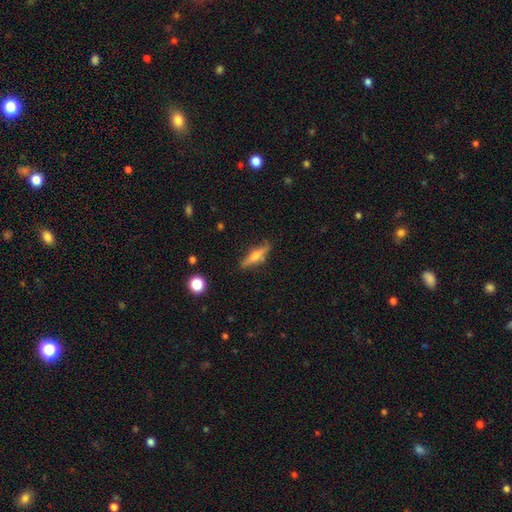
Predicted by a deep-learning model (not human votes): This appears to be a featured or disk galaxy (53%) viewed edge-on (93%). Merging: none (83%).